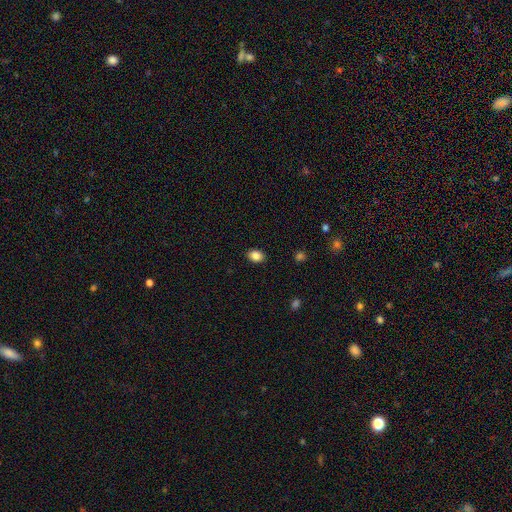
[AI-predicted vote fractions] smooth 87%, star or artifact 9%, featured or disk 4%. Down the decision tree: how rounded — in between (71%); merging — none (89%).